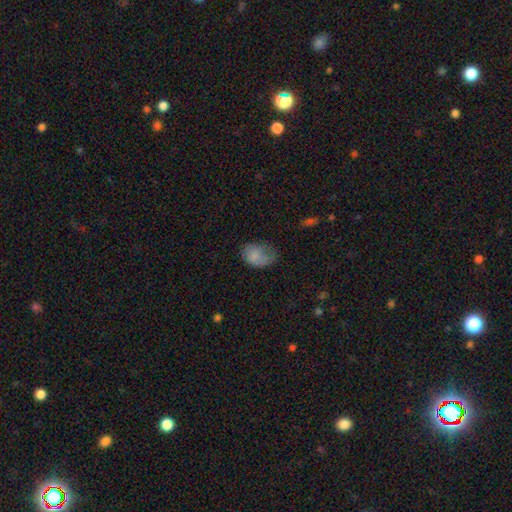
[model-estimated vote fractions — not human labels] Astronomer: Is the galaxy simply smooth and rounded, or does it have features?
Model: smooth — 77%.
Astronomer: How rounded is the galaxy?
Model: in between — 76%.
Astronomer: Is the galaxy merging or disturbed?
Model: minor disturbance — 37% (runner-up: none, 35%).